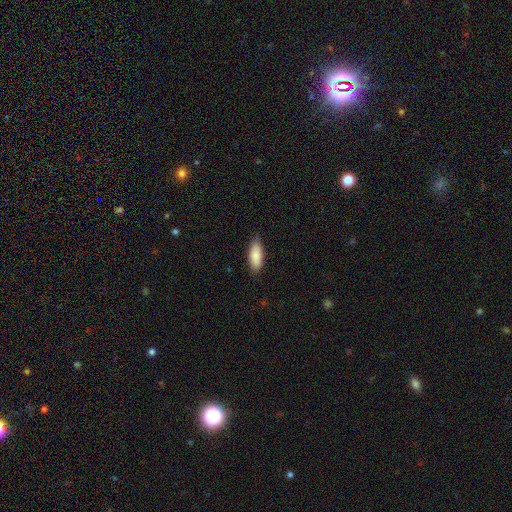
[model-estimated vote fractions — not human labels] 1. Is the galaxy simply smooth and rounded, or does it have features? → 85% smooth, 9% featured or disk, 6% star or artifact.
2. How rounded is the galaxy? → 77% in between, 21% cigar-shaped, 2% round.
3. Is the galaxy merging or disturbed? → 80% none, 16% minor disturbance, 2% major disturbance, 1% merger.